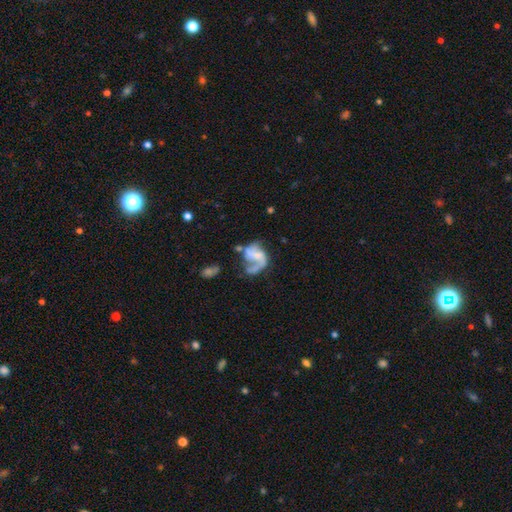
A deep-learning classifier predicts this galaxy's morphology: This appears to be a featured or disk galaxy (75%) with no bar (47%), 2 (68%) loose (52%) spiral arms (83%) and no central bulge (46%). Merging: major disturbance (35%).